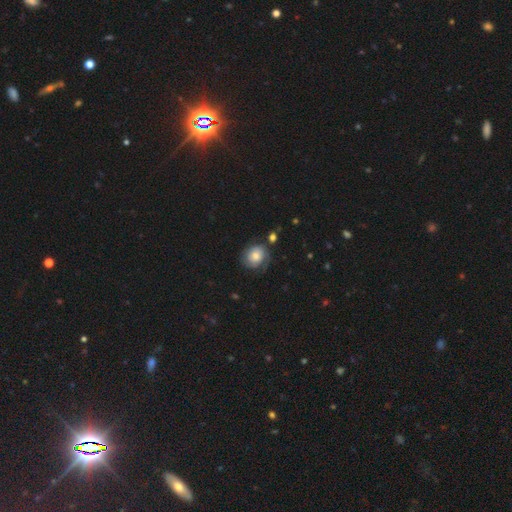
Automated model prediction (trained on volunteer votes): Smooth or featured: featured or disk — 48% (smooth — 44%)
Merging: none — 62% (minor disturbance — 21%)